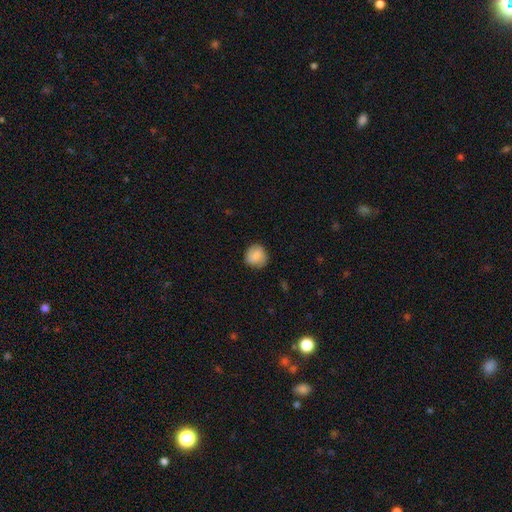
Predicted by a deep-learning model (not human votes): Q: Smooth or featured?
A: smooth (79%); runner-up: featured or disk (14%)
Q: How rounded?
A: round (86%); runner-up: in between (13%)
Q: Merging?
A: none (80%); runner-up: minor disturbance (15%)